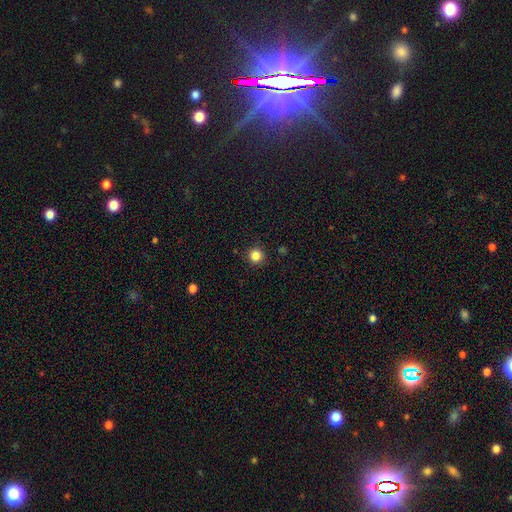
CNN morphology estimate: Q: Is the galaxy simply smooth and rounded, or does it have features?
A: smooth — 84%.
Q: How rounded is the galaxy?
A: round — 95%.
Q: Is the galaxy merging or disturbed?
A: none — 91%.